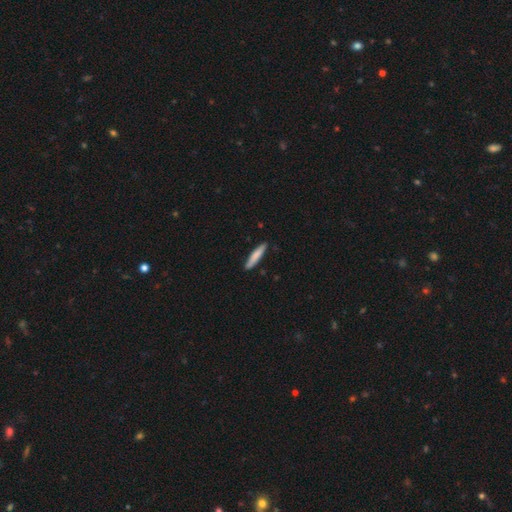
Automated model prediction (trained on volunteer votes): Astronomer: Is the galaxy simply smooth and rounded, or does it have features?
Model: smooth — 80%.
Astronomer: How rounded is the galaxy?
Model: cigar-shaped — 90%.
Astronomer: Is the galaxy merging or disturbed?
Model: none — 88%.